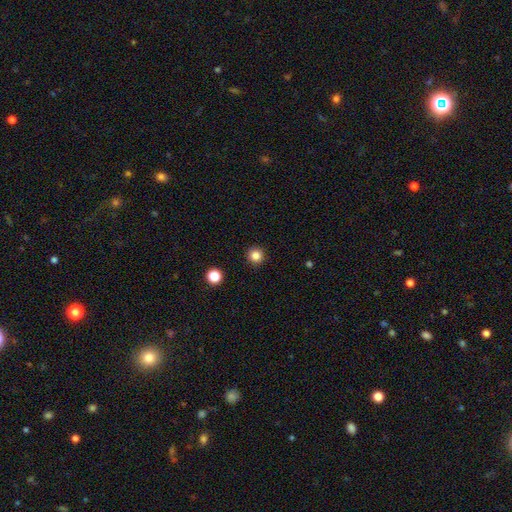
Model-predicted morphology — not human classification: type=smooth (84%); roundness=round (95%); merging=none (93%).